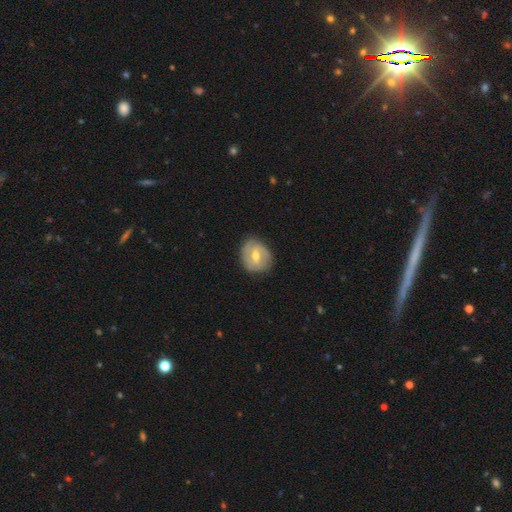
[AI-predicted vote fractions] smooth_or_featured: featured or disk (p=0.61) [alt: smooth p=0.33]
disk_edge_on: no (p=0.96) [alt: yes p=0.04]
bar: weak (p=0.53) [alt: no p=0.29]
has_spiral_arms: yes (p=0.73) [alt: no p=0.27]
bulge_size: moderate (p=0.73) [alt: small p=0.21]
merging: none (p=0.78) [alt: minor disturbance p=0.16]